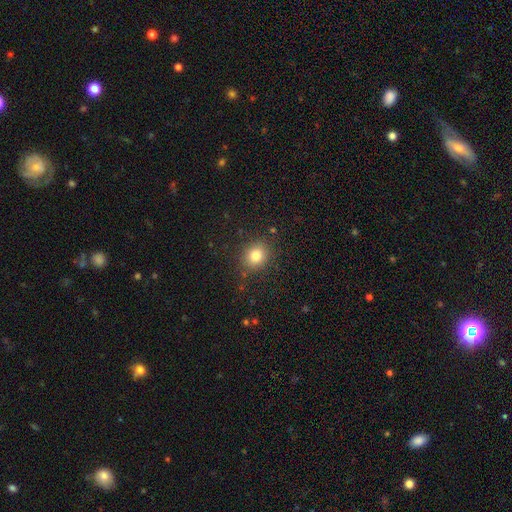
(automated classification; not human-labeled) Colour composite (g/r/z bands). It shows a smooth galaxy with no disk features (80%) that is round (70%). Merging: none (86%).